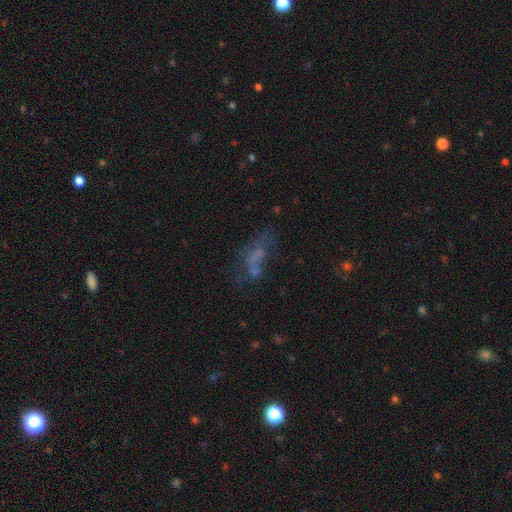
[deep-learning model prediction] smooth_or_featured: featured or disk (p=0.38) [tied with: smooth p=0.38]
merging: none (p=0.35) [alt: major disturbance p=0.29]